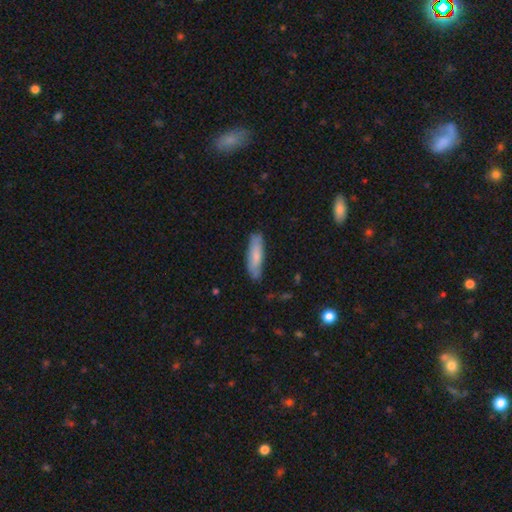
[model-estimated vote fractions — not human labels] Q: Smooth or featured?
A: smooth (74%); runner-up: featured or disk (20%)
Q: How rounded?
A: cigar-shaped (64%); runner-up: in between (35%)
Q: Merging?
A: none (81%); runner-up: minor disturbance (15%)